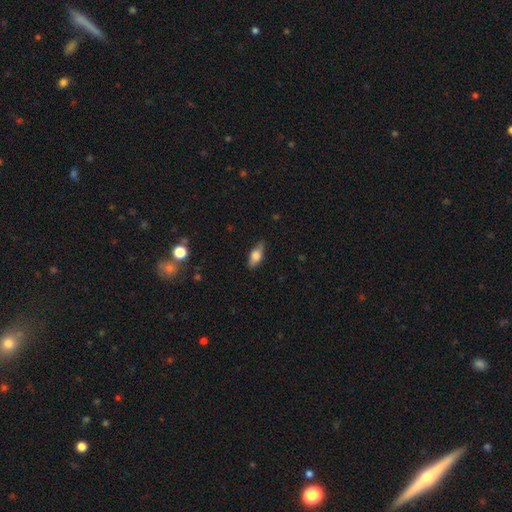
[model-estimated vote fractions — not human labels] smooth_or_featured: smooth (p=0.73) [alt: featured or disk p=0.20]
how_rounded: in between (p=0.82) [alt: cigar-shaped p=0.14]
merging: none (p=0.77) [alt: minor disturbance p=0.18]